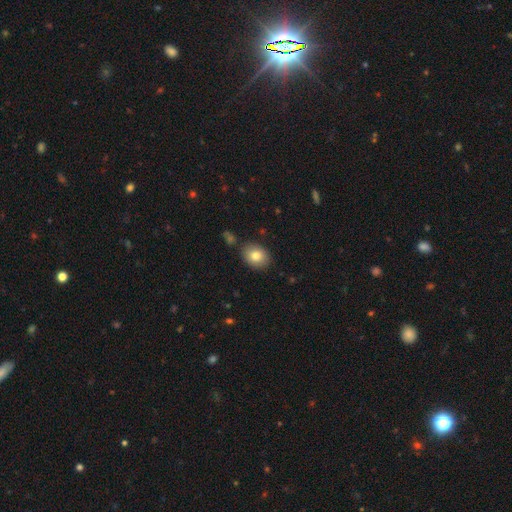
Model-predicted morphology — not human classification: Smooth or featured? smooth (80%)
How rounded? in between (59%)
Merging? none (83%)